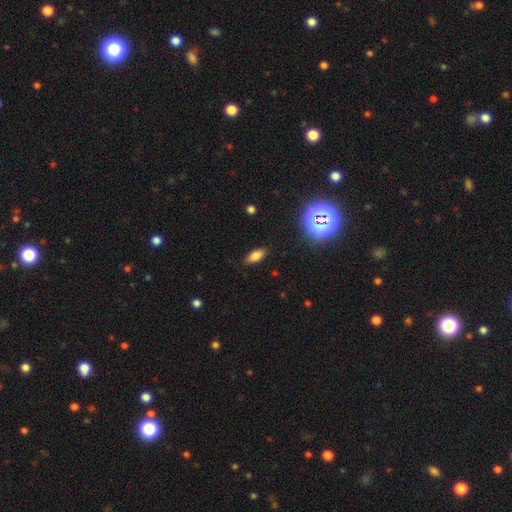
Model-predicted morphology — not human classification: The model was most divided on "smooth or featured": smooth: 77%, star or artifact: 14%, featured or disk: 10%. More confident: merging — none (86%); how rounded — in between (85%).